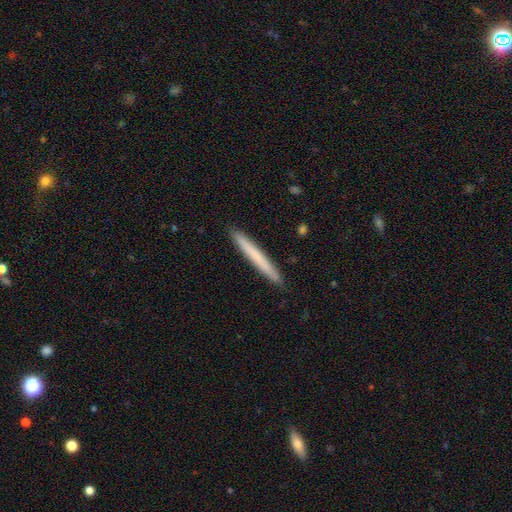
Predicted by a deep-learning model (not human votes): A smooth galaxy with no disk features (67%) that is cigar-shaped (97%).

Vote fractions:
- Smooth or featured? smooth: 67% / featured or disk: 27% / star or artifact: 6%
- How rounded? cigar-shaped: 97% / in between: 2% / round: 1%
- Merging? none: 92% / minor disturbance: 6% / major disturbance: 1% / merger: 1%